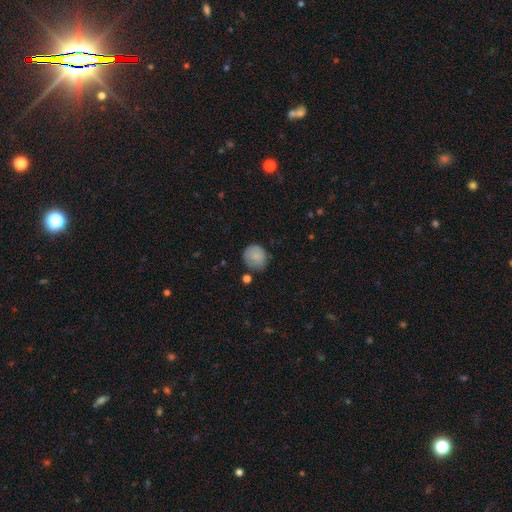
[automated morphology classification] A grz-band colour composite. It shows a smooth galaxy with no disk features (84%) that is round (84%). Merging: none (68%).